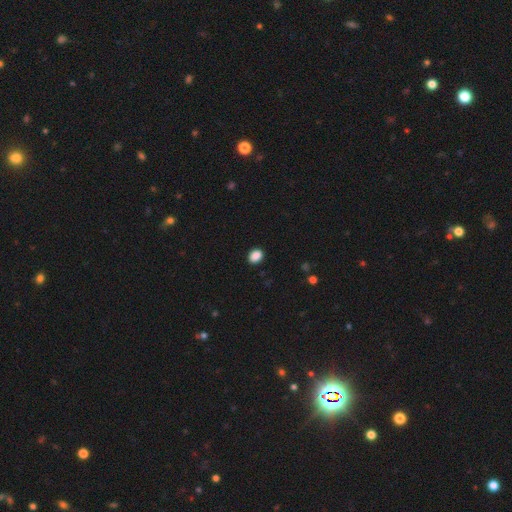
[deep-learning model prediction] smooth-or-featured: smooth: 89% | star or artifact: 9% | featured or disk: 2%
  how-rounded: in between: 62% | round: 37% | cigar-shaped: 1%
  merging: none: 89% | minor disturbance: 8% | major disturbance: 2% | merger: 1%